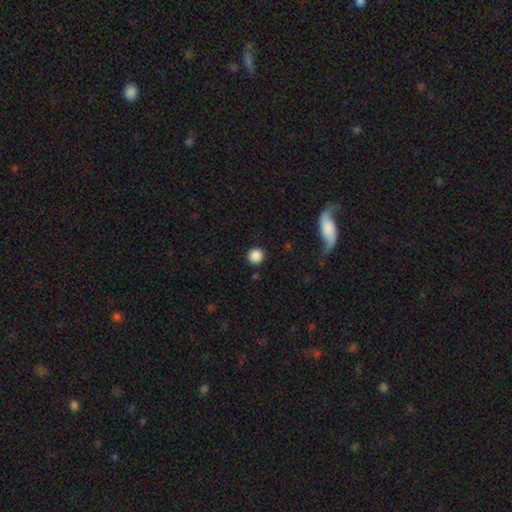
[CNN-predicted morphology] smooth_or_featured: smooth (p=0.87) [alt: star or artifact p=0.09]
how_rounded: round (p=0.94) [alt: in between p=0.05]
merging: none (p=0.90) [alt: minor disturbance p=0.06]